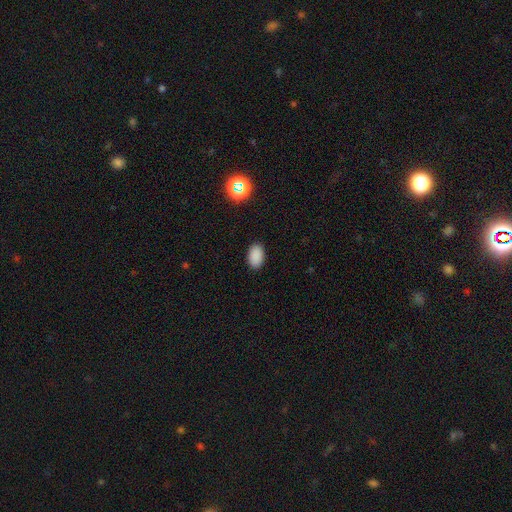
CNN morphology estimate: This appears to be a smooth galaxy with no disk features (87%) that is in between round and cigar-shaped (90%). Merging: none (89%).